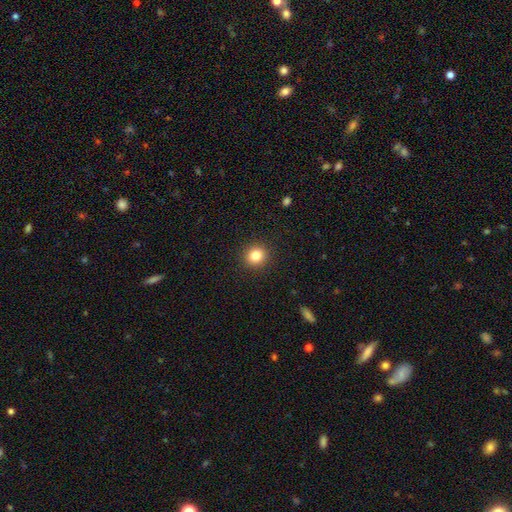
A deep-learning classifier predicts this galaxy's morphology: smooth-or-featured: smooth: 83% | star or artifact: 11% | featured or disk: 6%
  how-rounded: round: 90% | in between: 9% | cigar-shaped: 1%
  merging: none: 92% | minor disturbance: 5% | major disturbance: 2% | merger: 1%